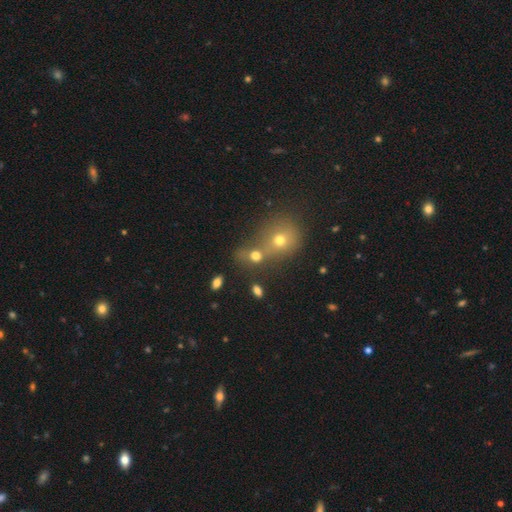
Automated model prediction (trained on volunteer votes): Smooth or featured: smooth — 70% (star or artifact — 16%)
How rounded: round — 60% (in between — 38%)
Merging: merger — 49% (none — 37%)